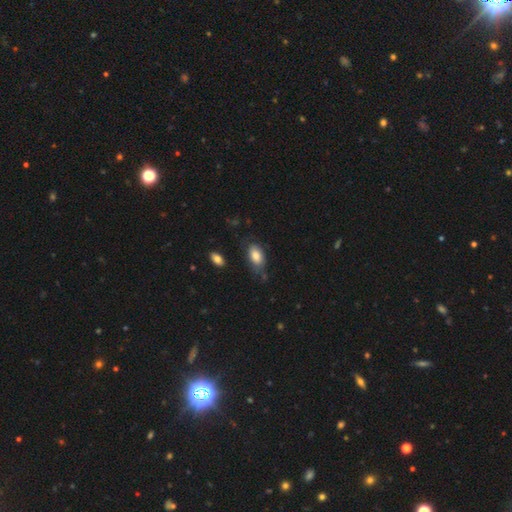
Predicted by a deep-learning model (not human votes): smooth-or-featured: smooth: 79% | featured or disk: 14% | star or artifact: 7%
  how-rounded: in between: 92% | round: 5% | cigar-shaped: 3%
  merging: none: 62% | minor disturbance: 26% | major disturbance: 9% | merger: 3%